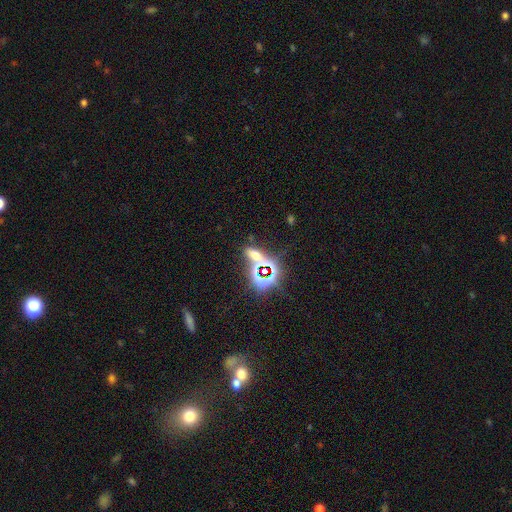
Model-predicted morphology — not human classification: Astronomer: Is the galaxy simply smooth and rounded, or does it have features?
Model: star or artifact — 50% (runner-up: smooth, 37%).